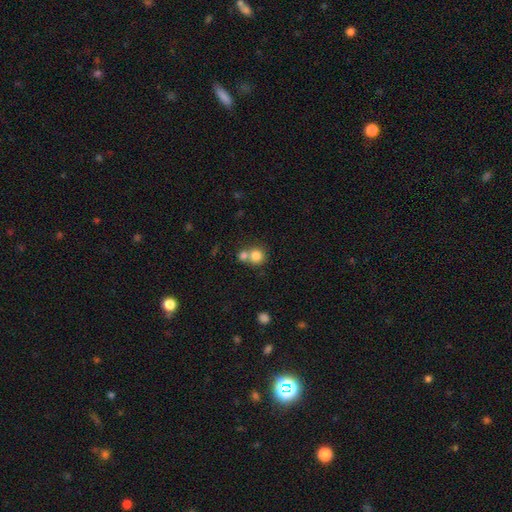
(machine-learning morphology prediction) Q: Smooth or featured?
A: smooth (80%); runner-up: star or artifact (10%)
Q: How rounded?
A: round (87%); runner-up: in between (12%)
Q: Merging?
A: merger (46%); runner-up: none (44%)